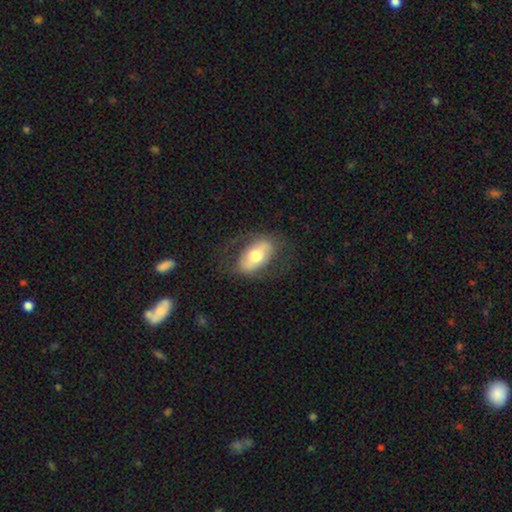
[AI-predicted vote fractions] Overall: smooth (53%; featured or disk 41%). How rounded: in between (90%). Merging: none (72%).